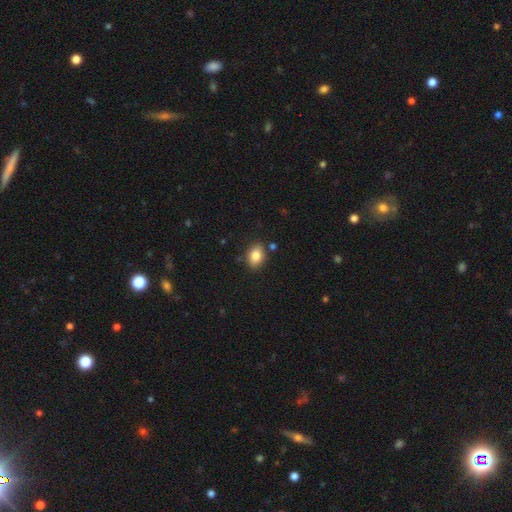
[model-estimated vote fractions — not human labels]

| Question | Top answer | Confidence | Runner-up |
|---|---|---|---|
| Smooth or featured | smooth | 82% | featured or disk (9%) |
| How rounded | in between | 77% | round (21%) |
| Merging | none | 83% | minor disturbance (11%) |